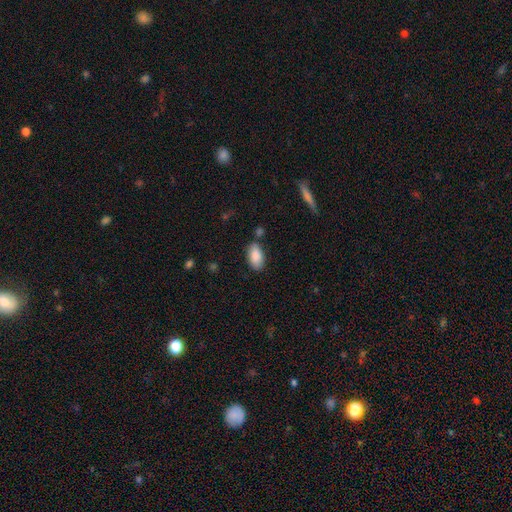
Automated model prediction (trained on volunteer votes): Smooth or featured?
  - smooth: 88% *
  - star or artifact: 6%
  - featured or disk: 6%
How rounded?
  - in between: 94% *
  - cigar-shaped: 3%
  - round: 3%
Merging?
  - none: 76% *
  - minor disturbance: 15%
  - merger: 5%
  - major disturbance: 3%